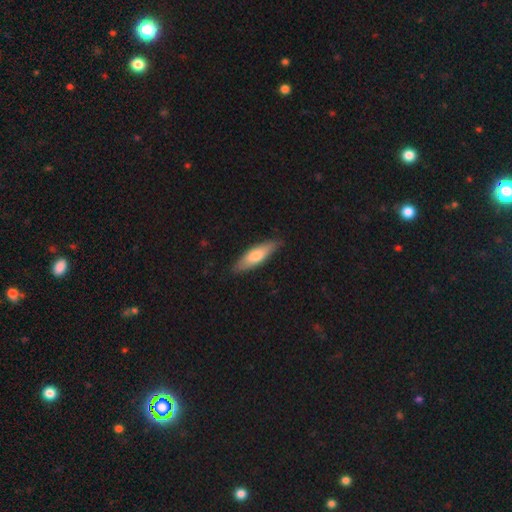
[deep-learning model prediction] Smooth or featured? Predicted: smooth (p=0.70). How rounded? Predicted: cigar-shaped (p=0.54). Merging? Predicted: none (p=0.85).